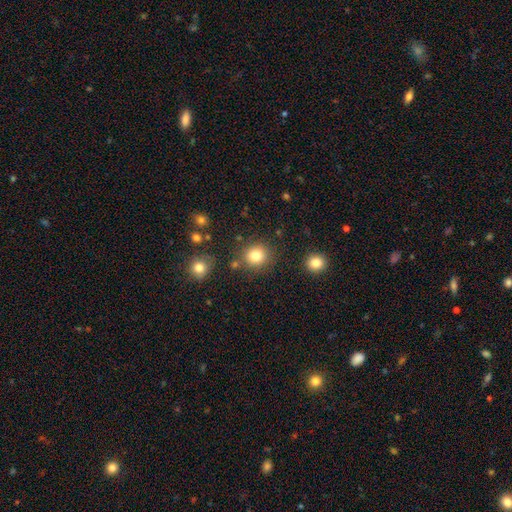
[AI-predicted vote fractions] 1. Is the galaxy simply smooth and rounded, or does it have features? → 82% smooth, 12% star or artifact, 6% featured or disk.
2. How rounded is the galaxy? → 90% round, 9% in between, 1% cigar-shaped.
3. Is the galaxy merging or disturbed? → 83% none, 8% minor disturbance, 5% merger, 3% major disturbance.